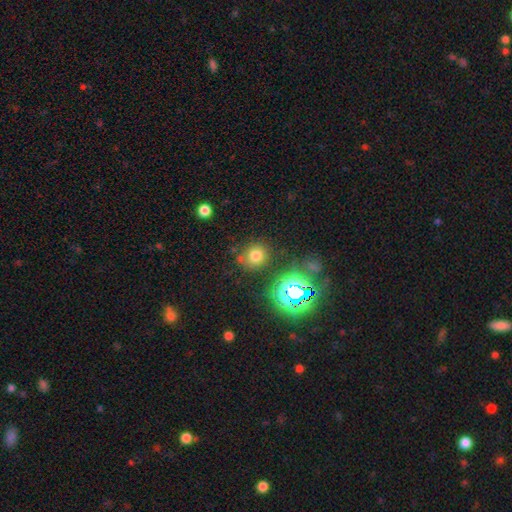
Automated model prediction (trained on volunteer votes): smooth_or_featured: smooth (p=0.69) [alt: star or artifact p=0.23]
how_rounded: round (p=0.86) [alt: in between p=0.13]
merging: none (p=0.76) [alt: minor disturbance p=0.12]